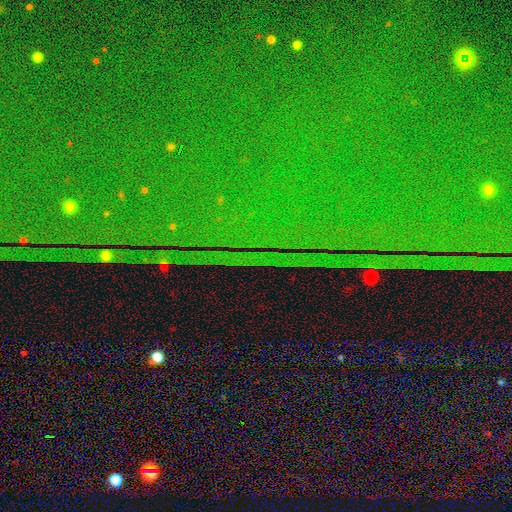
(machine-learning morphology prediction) Overall: star or artifact (87%).